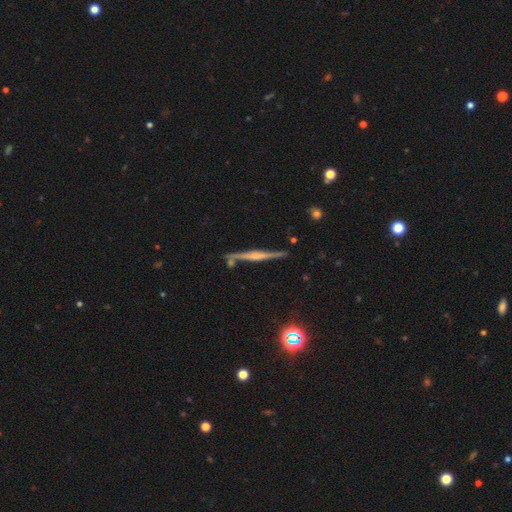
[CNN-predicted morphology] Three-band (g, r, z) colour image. It shows a featured or disk galaxy (76%) viewed edge-on (97%) with a rounded central bulge (54%). Merging: none (81%).